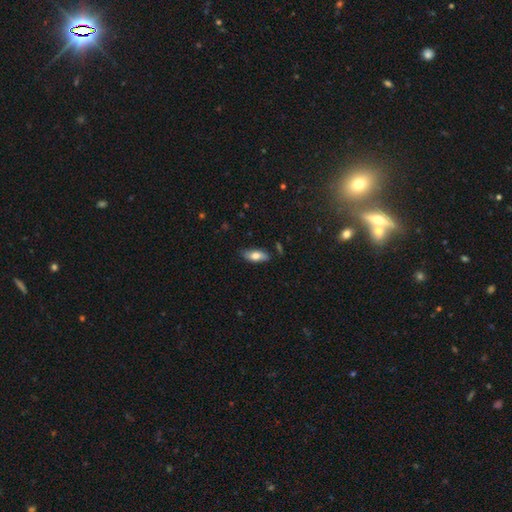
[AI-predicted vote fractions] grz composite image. It shows a smooth galaxy with no disk features (74%) that is in between round and cigar-shaped (81%). Merging: none (80%).